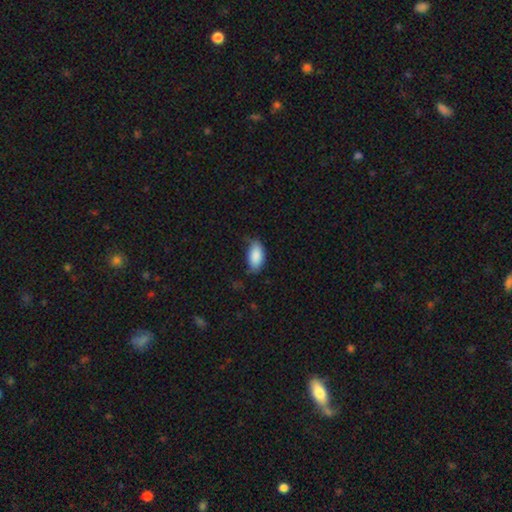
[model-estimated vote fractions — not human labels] smooth 88%, star or artifact 6%, featured or disk 6%. Down the decision tree: how rounded — in between (93%); merging — none (61%).